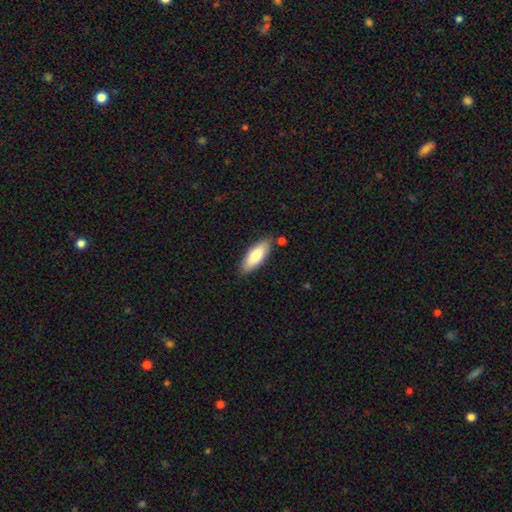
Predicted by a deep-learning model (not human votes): Smooth or featured? smooth (77%)
How rounded? in between (70%)
Merging? none (82%)